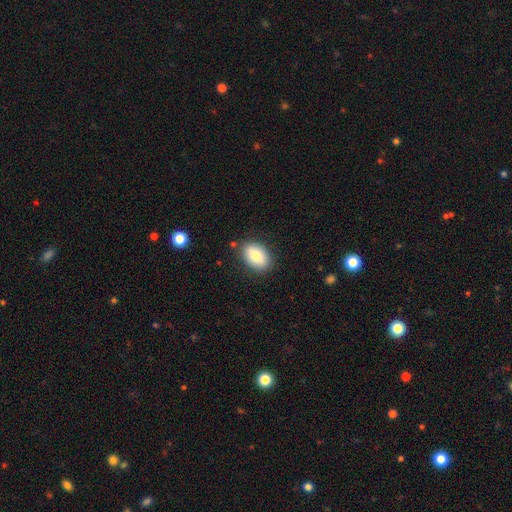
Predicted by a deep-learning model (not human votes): Smooth or featured? Predicted: smooth (p=0.79). How rounded? Predicted: in between (p=0.86). Merging? Predicted: none (p=0.85).